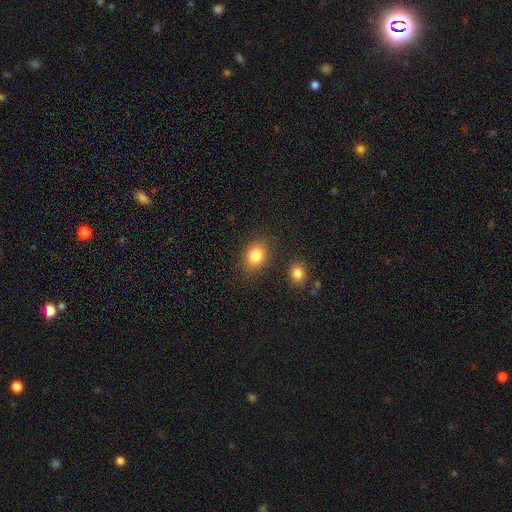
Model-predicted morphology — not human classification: smooth 83%, star or artifact 9%, featured or disk 8%. Down the decision tree: how rounded — in between (69%); merging — none (80%).